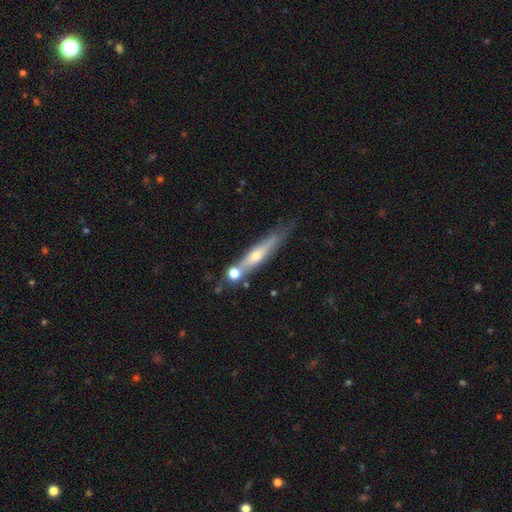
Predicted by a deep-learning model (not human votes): Smooth or featured? featured or disk (58%)
Edge-on disk? yes (87%)
Edge-on bulge? rounded (76%)
Merging? none (65%)